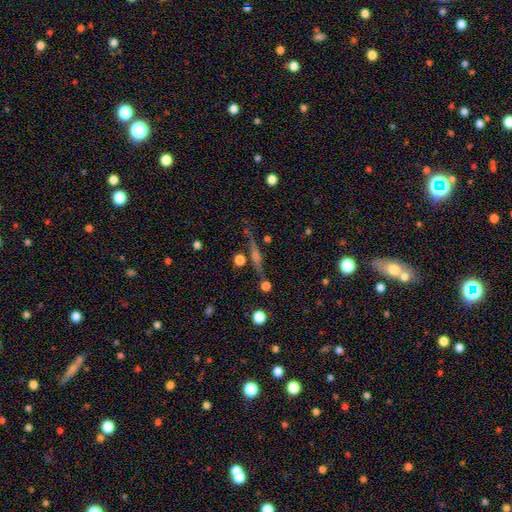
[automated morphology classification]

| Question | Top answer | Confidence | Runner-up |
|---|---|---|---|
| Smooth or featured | featured or disk | 62% | smooth (22%) |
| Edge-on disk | yes | 93% | no (7%) |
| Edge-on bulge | rounded | 52% | none (31%) |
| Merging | none | 79% | minor disturbance (11%) |